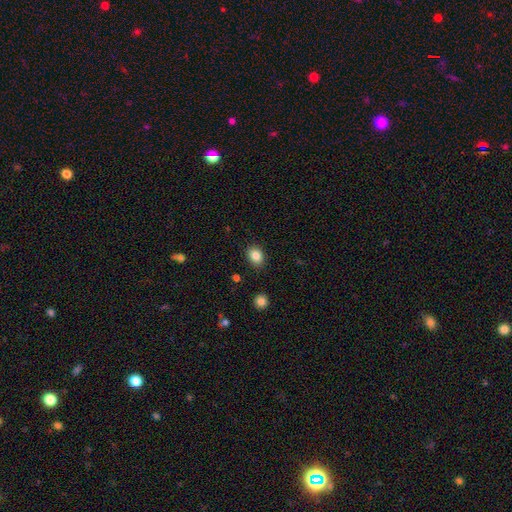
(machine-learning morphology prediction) This is clearly a smooth galaxy (86%). How rounded: possibly in between (57%). Merging: clearly none (87%).